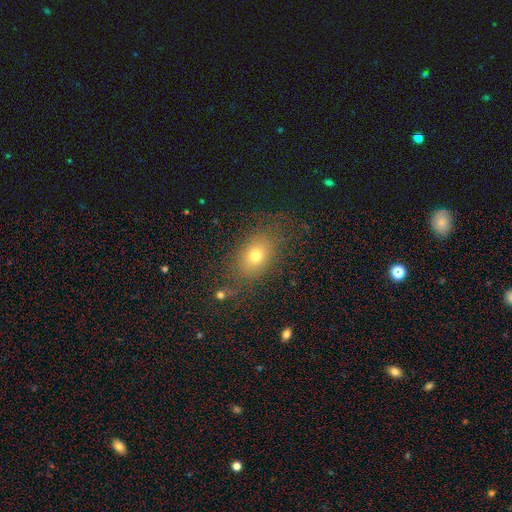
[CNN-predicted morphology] Q: Smooth or featured?
A: smooth (70%); runner-up: star or artifact (15%)
Q: How rounded?
A: in between (68%); runner-up: round (30%)
Q: Merging?
A: none (76%); runner-up: minor disturbance (14%)